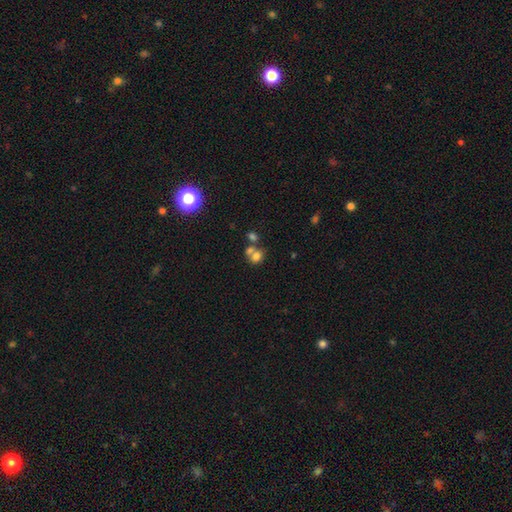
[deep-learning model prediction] Smooth or featured? Predicted: smooth (p=0.72). How rounded? Predicted: round (p=0.63). Merging? Predicted: merger (p=0.51).